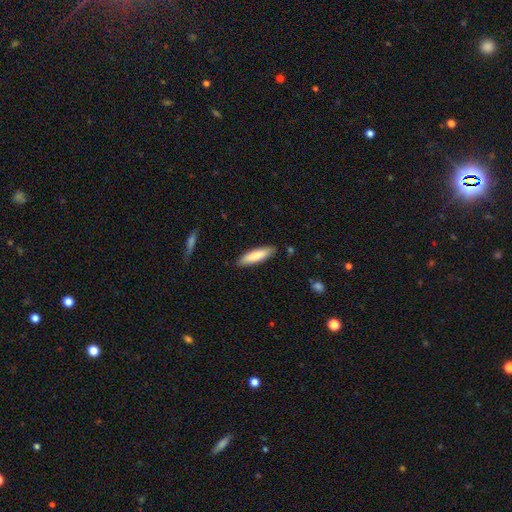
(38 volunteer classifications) Overall: smooth (76%). How rounded: cigar-shaped (62%; in between 34%). Merging: none (92%).